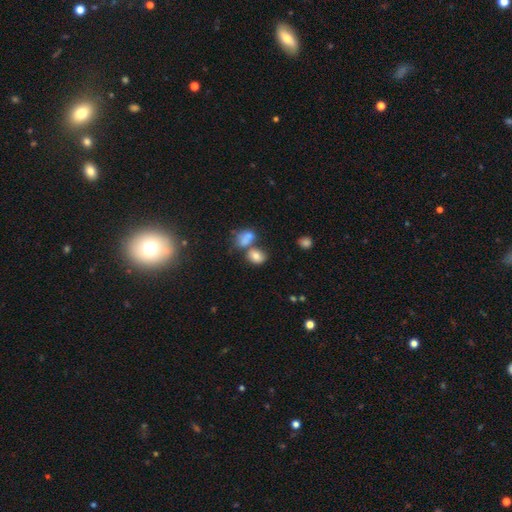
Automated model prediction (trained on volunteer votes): Smooth or featured? Predicted: smooth (p=0.78). How rounded? Predicted: in between (p=0.59). Merging? Predicted: none (p=0.47).